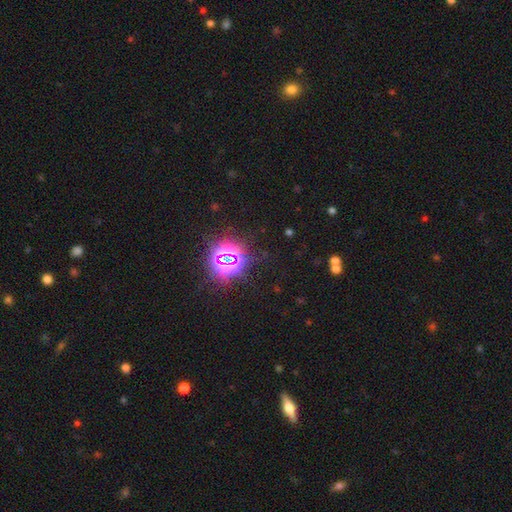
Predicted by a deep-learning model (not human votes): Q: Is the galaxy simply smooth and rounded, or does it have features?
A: star or artifact — 80%.